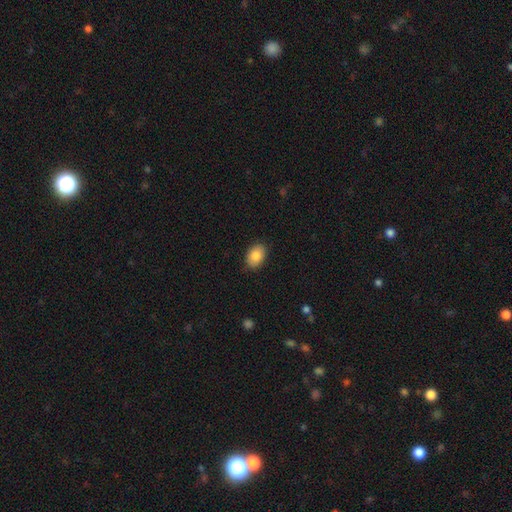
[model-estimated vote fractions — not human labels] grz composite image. It shows a smooth galaxy with no disk features (86%) that is in between round and cigar-shaped (81%). Merging: none (87%).